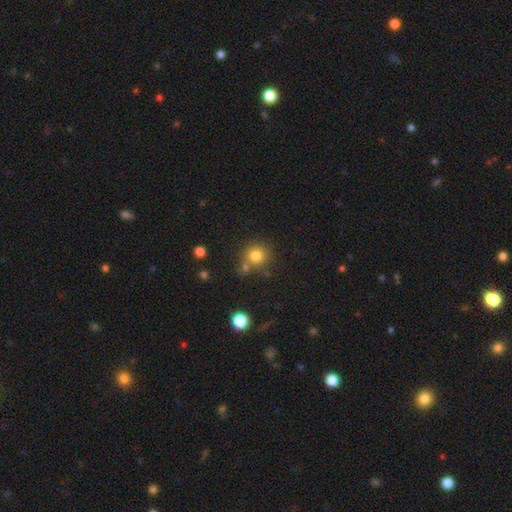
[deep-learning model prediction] Smooth or featured?
  - smooth: 80% *
  - star or artifact: 13%
  - featured or disk: 8%
How rounded?
  - round: 89% *
  - in between: 10%
  - cigar-shaped: 1%
Merging?
  - none: 67% *
  - merger: 17%
  - minor disturbance: 12%
  - major disturbance: 4%